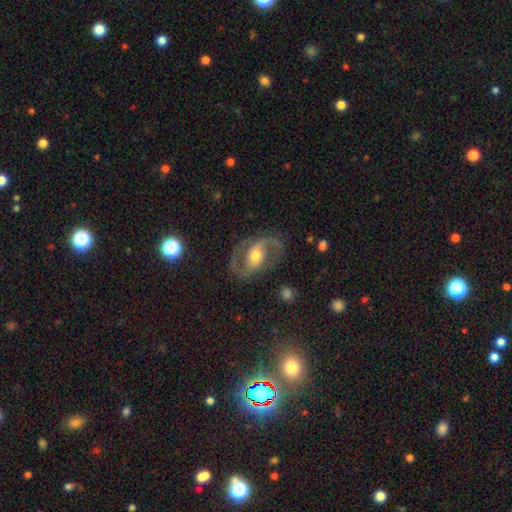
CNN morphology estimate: Q: Smooth or featured?
A: featured or disk (87%); runner-up: smooth (8%)
Q: Edge-on disk?
A: no (97%); runner-up: yes (3%)
Q: Bar?
A: weak (41%); runner-up: strong (29%)
Q: Spiral arms?
A: yes (94%); runner-up: no (6%)
Q: Spiral winding?
A: medium (56%); runner-up: loose (30%)
Q: Spiral arm count?
A: 2 (92%); runner-up: can't tell (3%)
Q: Bulge size?
A: moderate (71%); runner-up: small (17%)
Q: Merging?
A: none (80%); runner-up: minor disturbance (12%)